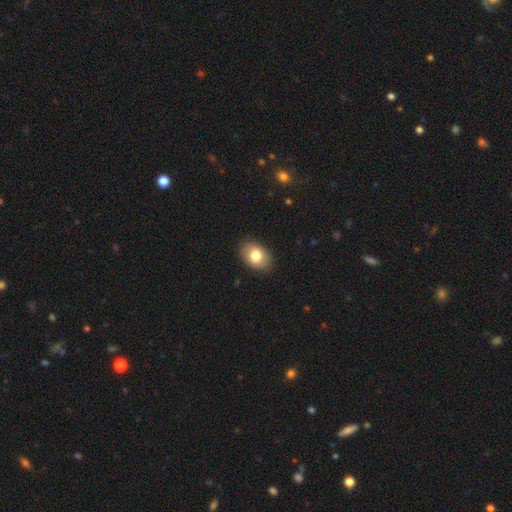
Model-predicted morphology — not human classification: This appears to be a smooth galaxy with no disk features (80%) that is in between round and cigar-shaped (80%). Merging: none (87%).